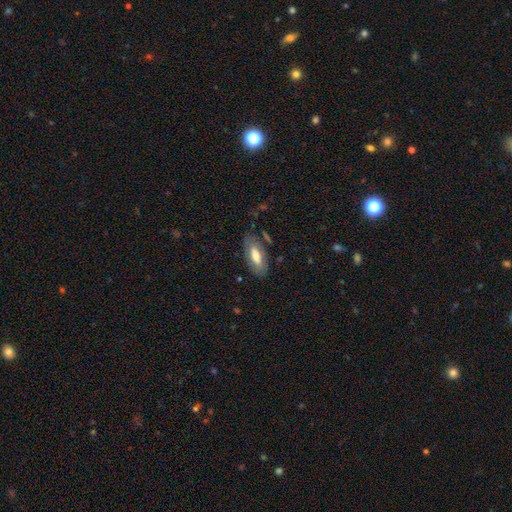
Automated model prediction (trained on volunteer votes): The model was most divided on "smooth or featured": smooth: 62%, featured or disk: 31%, star or artifact: 6%. More confident: how rounded — in between (81%); merging — none (78%).